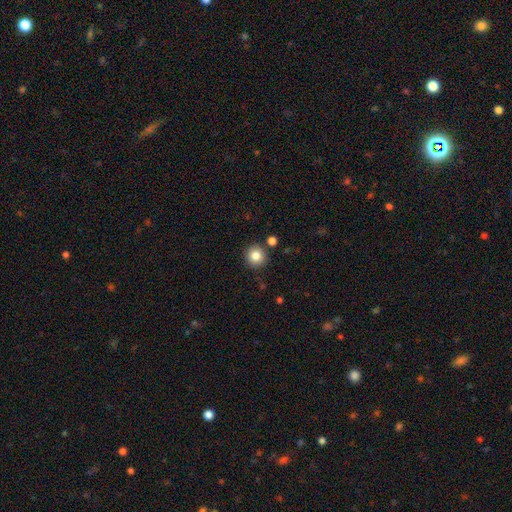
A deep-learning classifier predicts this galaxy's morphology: Q: Smooth or featured?
A: smooth (82%); runner-up: star or artifact (11%)
Q: How rounded?
A: round (93%); runner-up: in between (6%)
Q: Merging?
A: none (87%); runner-up: minor disturbance (7%)